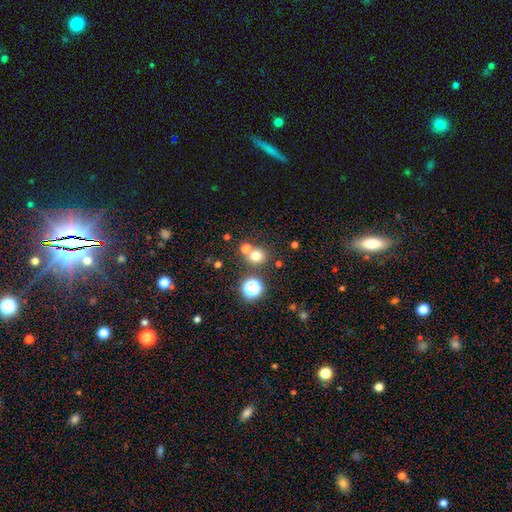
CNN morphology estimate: smooth_or_featured: smooth (p=0.71) [alt: star or artifact p=0.20]
how_rounded: round (p=0.86) [alt: in between p=0.14]
merging: none (p=0.65) [alt: merger p=0.25]